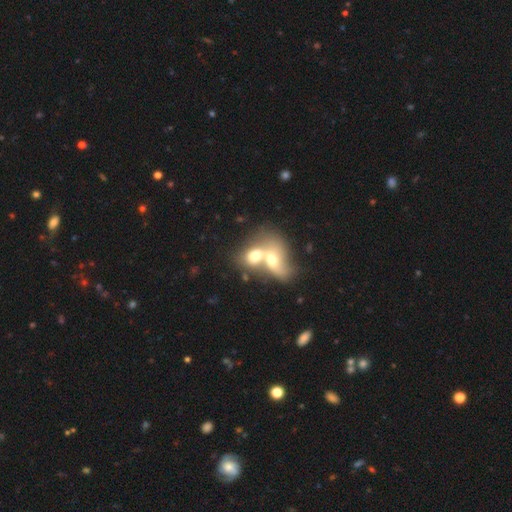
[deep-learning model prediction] smooth_or_featured: smooth (p=0.56) [alt: featured or disk p=0.36]
how_rounded: in between (p=0.72) [alt: round p=0.25]
merging: merger (p=0.83) [alt: none p=0.09]